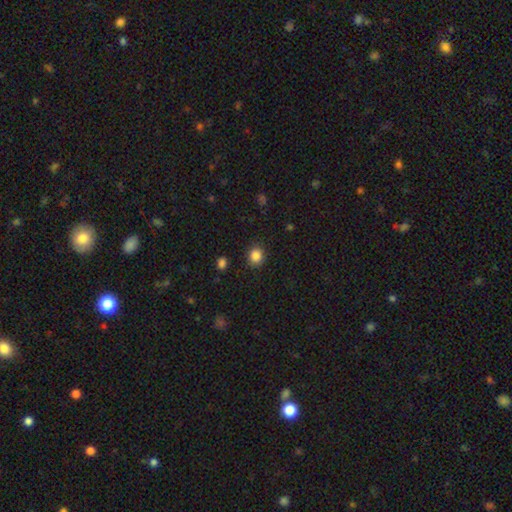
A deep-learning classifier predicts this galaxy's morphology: A smooth galaxy with no disk features (85%) that is round (79%). Merging: none (88%).